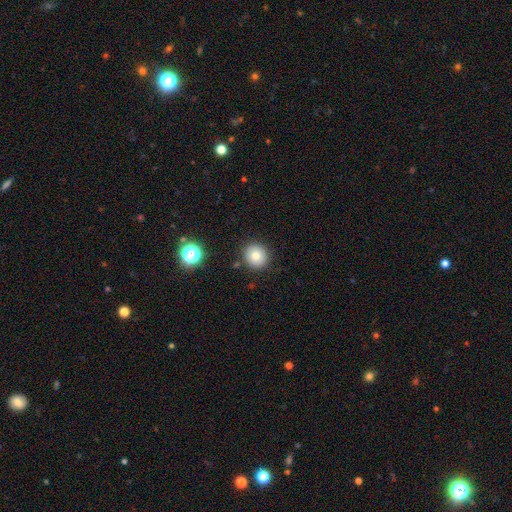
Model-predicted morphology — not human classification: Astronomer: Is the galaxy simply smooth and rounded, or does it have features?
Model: smooth — 79%.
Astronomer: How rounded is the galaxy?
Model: round — 88%.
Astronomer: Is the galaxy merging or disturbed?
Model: none — 88%.